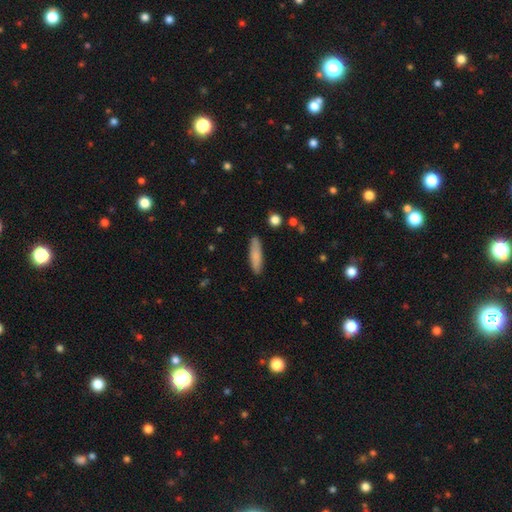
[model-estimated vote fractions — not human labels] smooth 81%, featured or disk 12%, star or artifact 6%. Down the decision tree: how rounded — cigar-shaped (75%); merging — none (87%).